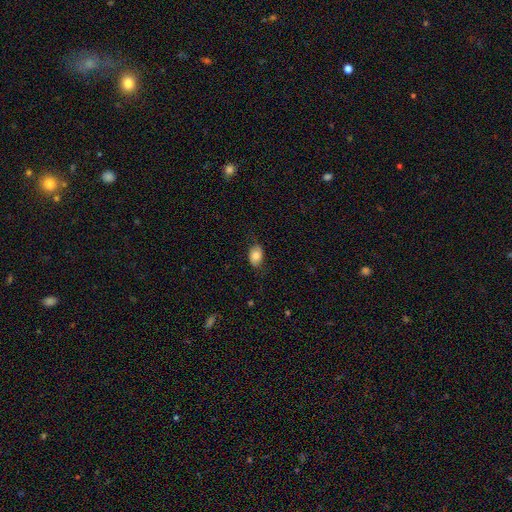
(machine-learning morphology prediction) A smooth galaxy with no disk features (79%) that is in between round and cigar-shaped (85%).

Vote fractions:
- Smooth or featured? smooth: 79% / featured or disk: 13% / star or artifact: 8%
- How rounded? in between: 85% / round: 14% / cigar-shaped: 1%
- Merging? none: 75% / minor disturbance: 19% / major disturbance: 5% / merger: 1%